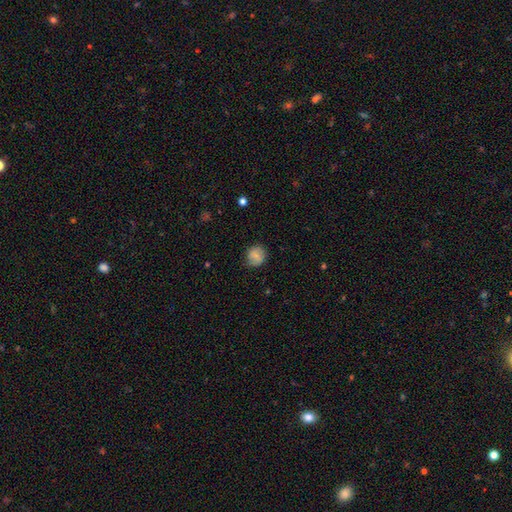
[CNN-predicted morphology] Smooth or featured?
  - smooth: 71% *
  - featured or disk: 21%
  - star or artifact: 9%
How rounded?
  - round: 80% *
  - in between: 19%
  - cigar-shaped: 1%
Merging?
  - none: 74% *
  - minor disturbance: 19%
  - major disturbance: 5%
  - merger: 2%